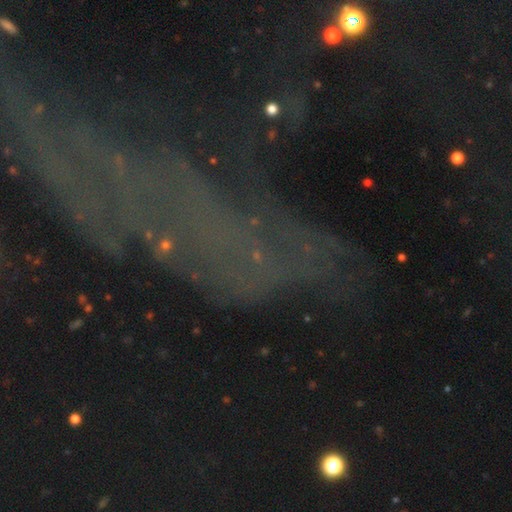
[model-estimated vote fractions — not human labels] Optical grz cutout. It shows a star or artifact, not a galaxy (60%).